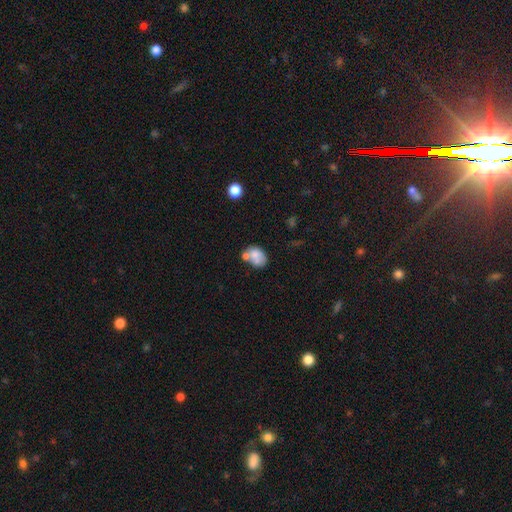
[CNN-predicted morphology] This appears to be a smooth galaxy with no disk features (70%) that is in between round and cigar-shaped (68%). Merging: merger (40%).